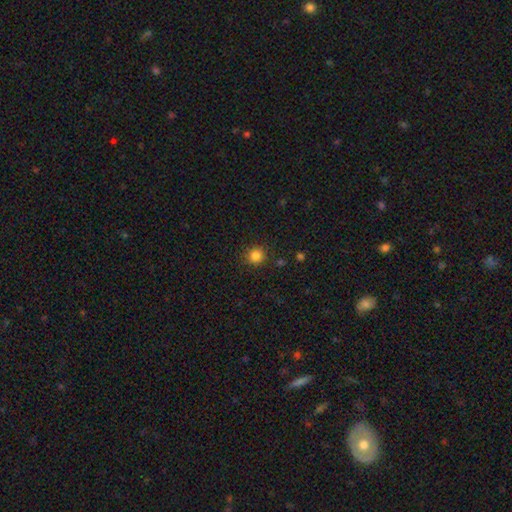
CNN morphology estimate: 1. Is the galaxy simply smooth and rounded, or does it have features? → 83% smooth, 12% star or artifact, 4% featured or disk.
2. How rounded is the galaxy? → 91% round, 8% in between, 1% cigar-shaped.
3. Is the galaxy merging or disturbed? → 89% none, 7% minor disturbance, 2% major disturbance, 2% merger.